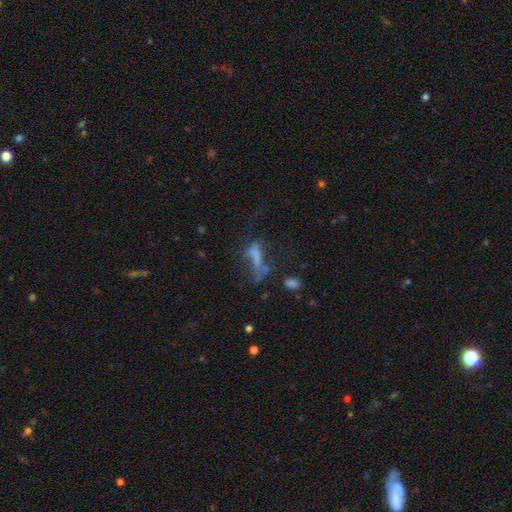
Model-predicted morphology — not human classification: A featured or disk galaxy (38%).

Vote fractions:
- Smooth or featured? featured or disk: 38% / smooth: 35% / star or artifact: 26%
- Merging? major disturbance: 41% / none: 29% / minor disturbance: 16% / merger: 14%